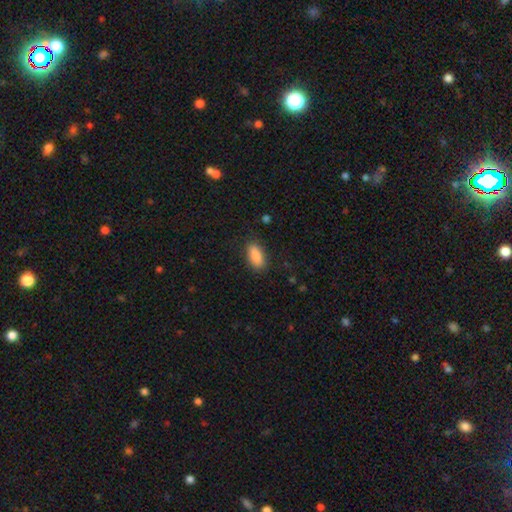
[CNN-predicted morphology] Q: Smooth or featured?
A: smooth (88%); runner-up: star or artifact (7%)
Q: How rounded?
A: in between (85%); runner-up: cigar-shaped (13%)
Q: Merging?
A: none (84%); runner-up: minor disturbance (11%)